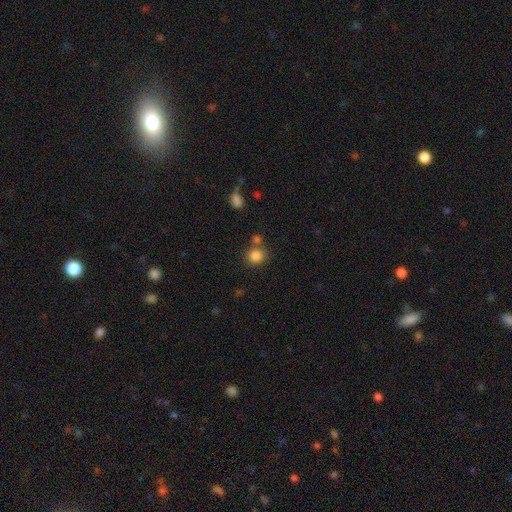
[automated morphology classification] smooth-or-featured: smooth: 85% | star or artifact: 11% | featured or disk: 5%
  how-rounded: round: 83% | in between: 16% | cigar-shaped: 1%
  merging: none: 68% | merger: 18% | minor disturbance: 10% | major disturbance: 4%